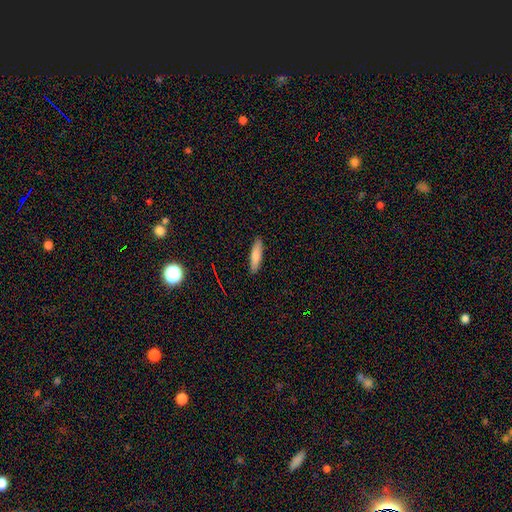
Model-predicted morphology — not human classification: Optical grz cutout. It shows a smooth galaxy with no disk features (81%) that is cigar-shaped (76%). Merging: none (90%).